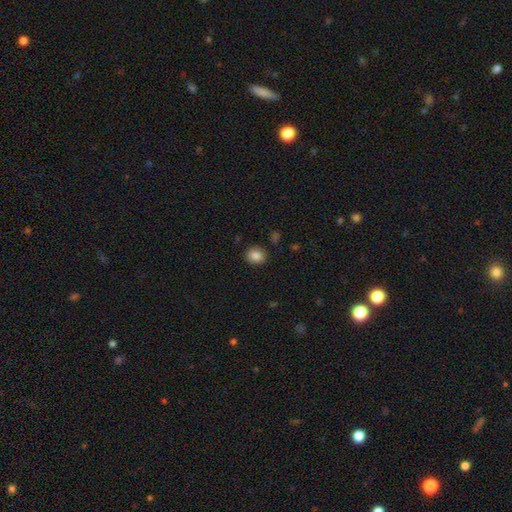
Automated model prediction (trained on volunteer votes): Q: Smooth or featured?
A: smooth (85%); runner-up: star or artifact (9%)
Q: How rounded?
A: round (70%); runner-up: in between (29%)
Q: Merging?
A: none (88%); runner-up: minor disturbance (8%)